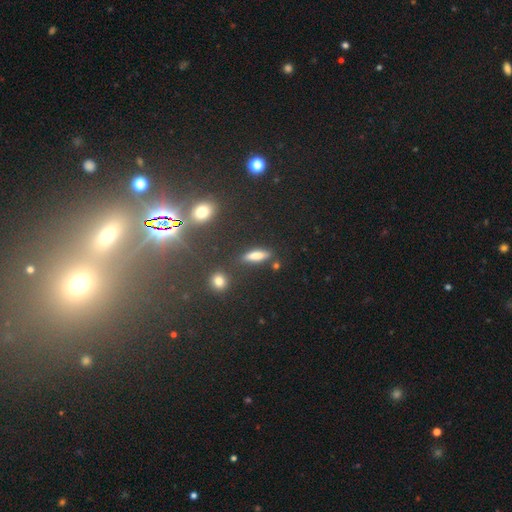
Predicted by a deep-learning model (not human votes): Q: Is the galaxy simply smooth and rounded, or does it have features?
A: smooth — 71%.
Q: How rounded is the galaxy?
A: cigar-shaped — 62%.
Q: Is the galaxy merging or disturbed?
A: none — 74%.